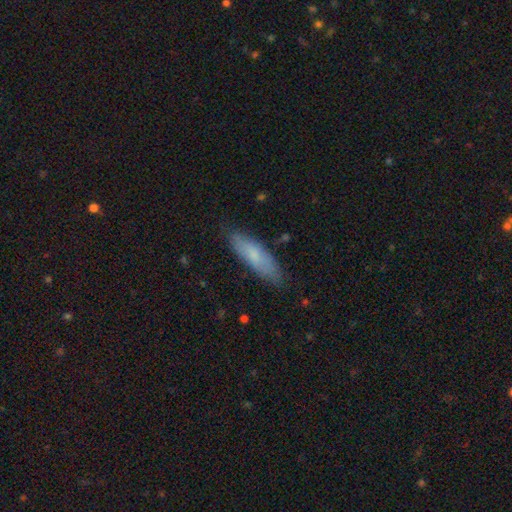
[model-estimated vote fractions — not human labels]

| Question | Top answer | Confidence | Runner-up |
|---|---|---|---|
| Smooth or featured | smooth | 72% | featured or disk (22%) |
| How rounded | cigar-shaped | 58% | in between (40%) |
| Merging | none | 80% | minor disturbance (16%) |